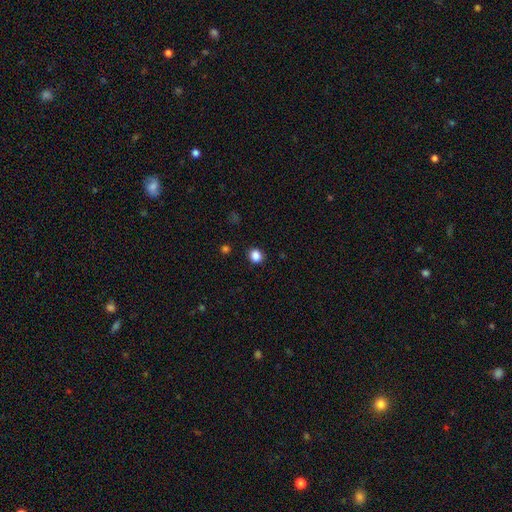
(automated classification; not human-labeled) This appears to be a smooth galaxy with no disk features (86%) that is round (83%). Merging: none (91%).